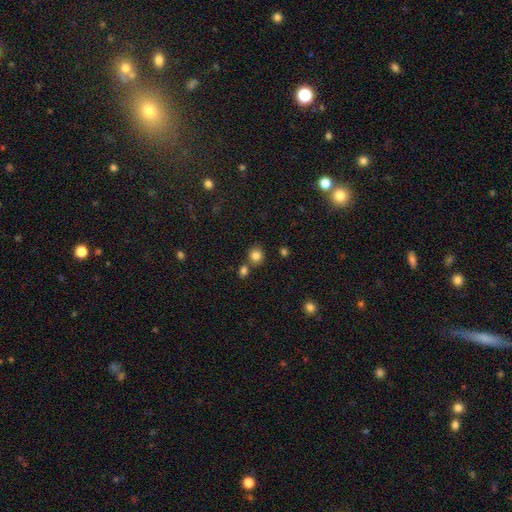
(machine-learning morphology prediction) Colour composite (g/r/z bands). It shows a smooth galaxy with no disk features (83%) that is round (85%). Merging: none (71%).